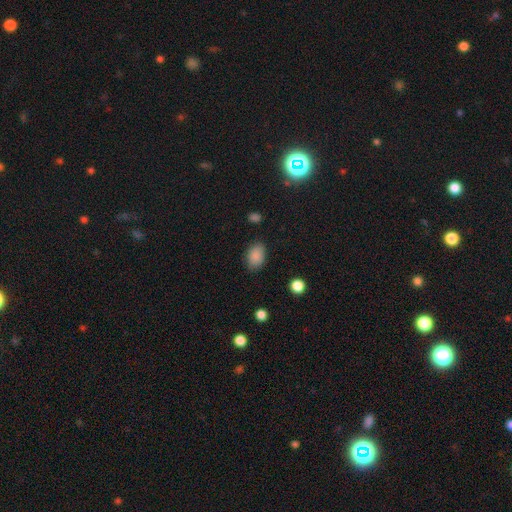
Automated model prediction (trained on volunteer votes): A smooth galaxy with no disk features (87%) that is in between round and cigar-shaped (81%).

Vote fractions:
- Smooth or featured? smooth: 87% / star or artifact: 9% / featured or disk: 4%
- How rounded? in between: 81% / round: 18% / cigar-shaped: 1%
- Merging? none: 82% / minor disturbance: 13% / major disturbance: 3% / merger: 1%